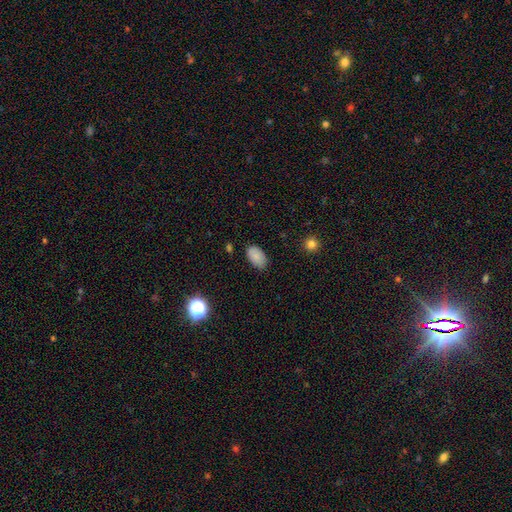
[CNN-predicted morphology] This is clearly a smooth galaxy (85%). How rounded: clearly in between (93%). Merging: likely none (79%).